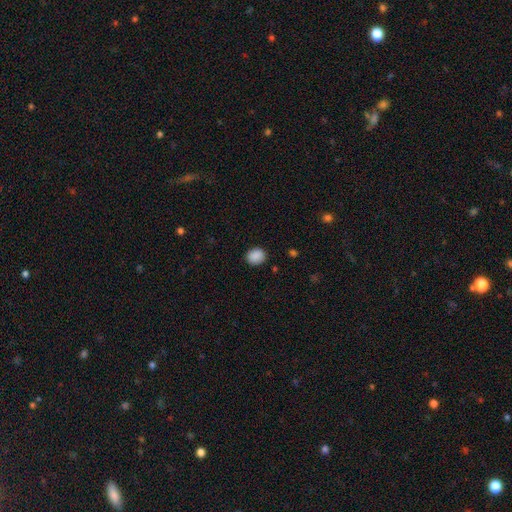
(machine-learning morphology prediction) A smooth galaxy with no disk features (89%) that is round (68%).

Vote fractions:
- Smooth or featured? smooth: 89% / star or artifact: 8% / featured or disk: 3%
- How rounded? round: 68% / in between: 31% / cigar-shaped: 1%
- Merging? none: 87% / minor disturbance: 10% / major disturbance: 2% / merger: 1%